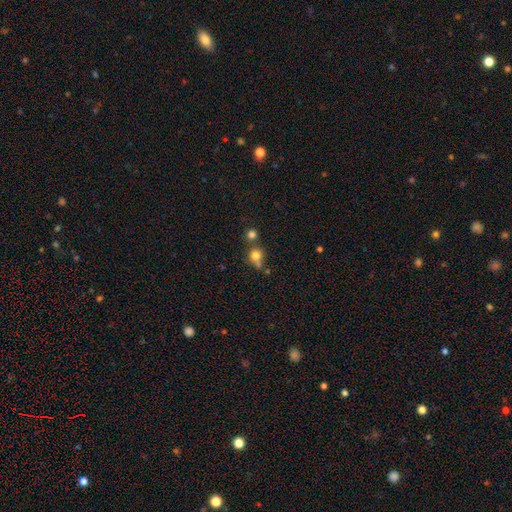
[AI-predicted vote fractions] Smooth or featured? smooth (77%)
How rounded? round (86%)
Merging? none (53%)